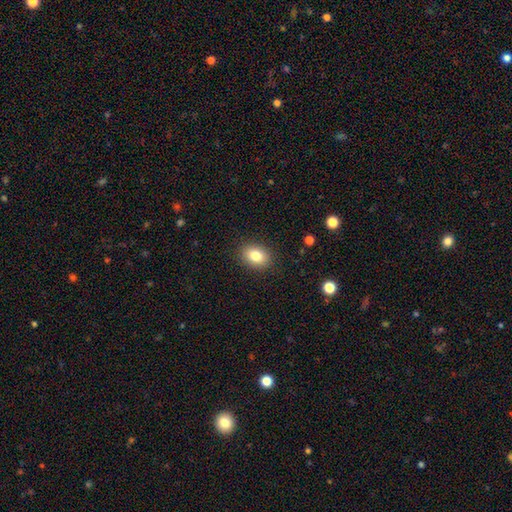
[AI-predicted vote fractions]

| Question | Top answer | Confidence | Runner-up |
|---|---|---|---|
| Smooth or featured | smooth | 82% | star or artifact (10%) |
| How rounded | in between | 69% | round (30%) |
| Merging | none | 89% | minor disturbance (8%) |